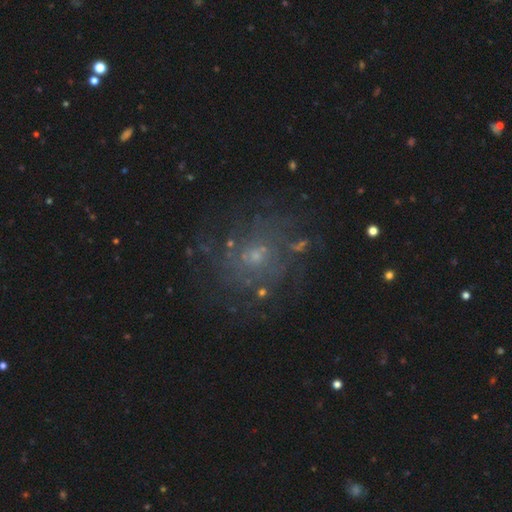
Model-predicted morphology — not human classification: A featured or disk galaxy (53%) with no bar (78%), spiral arms (62%) and a small central bulge (63%).

Vote fractions:
- Smooth or featured? featured or disk: 53% / star or artifact: 24% / smooth: 23%
- Edge-on disk? no: 97% / yes: 3%
- Bar? no: 78% / weak: 19% / strong: 3%
- Spiral arms? yes: 62% / no: 38%
- Bulge size? small: 63% / moderate: 27% / none: 6% / large: 2% / dominant: 1%
- Merging? none: 73% / minor disturbance: 14% / major disturbance: 10% / merger: 3%